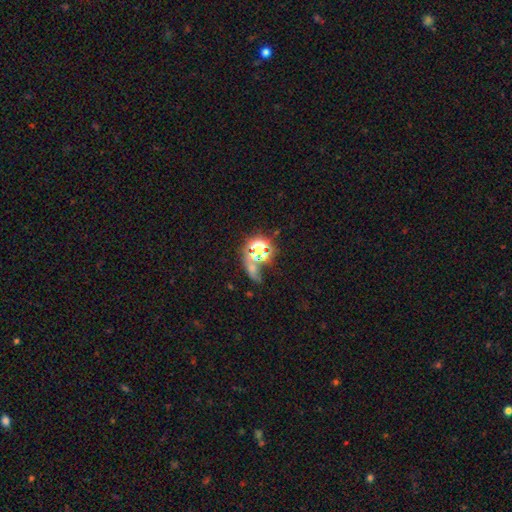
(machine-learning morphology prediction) Smooth or featured: star or artifact — 59% (smooth — 30%)